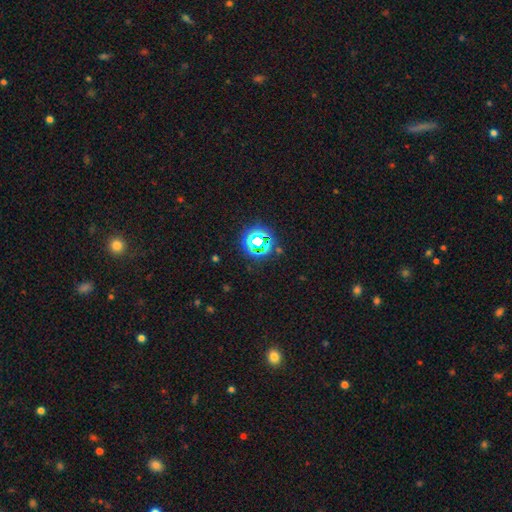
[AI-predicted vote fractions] Overall: star or artifact (66%; smooth 27%).